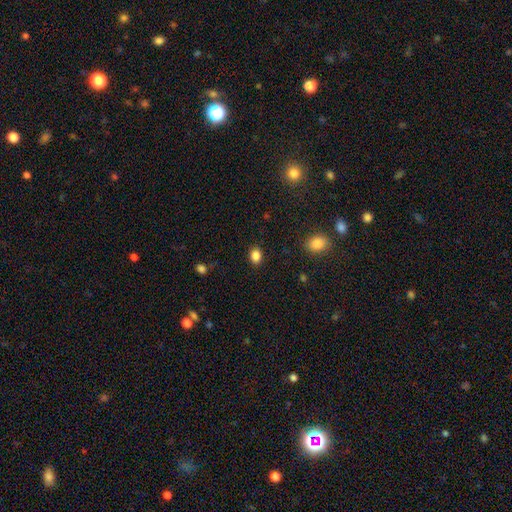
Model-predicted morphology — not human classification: Q: Smooth or featured?
A: smooth (85%); runner-up: star or artifact (11%)
Q: How rounded?
A: in between (57%); runner-up: round (42%)
Q: Merging?
A: none (88%); runner-up: minor disturbance (8%)